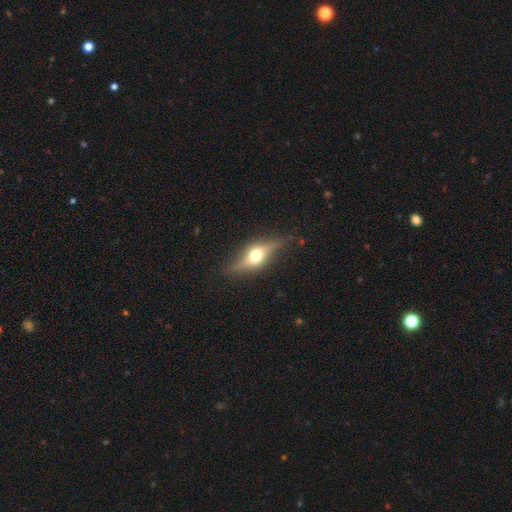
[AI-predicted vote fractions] Morphology: type=featured or disk (67%); edge-on=yes (88%); edge-on bulge=rounded (95%); merging=none (82%).